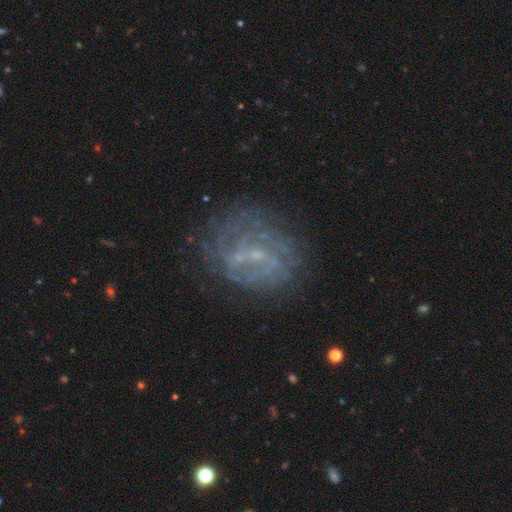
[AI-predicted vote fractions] featured or disk 67%, smooth 17%, star or artifact 16%. Down the decision tree: edge-on disk — no (97%); bar — weak (45%); spiral arms — yes (56%); bulge size — small (59%); merging — none (67%).